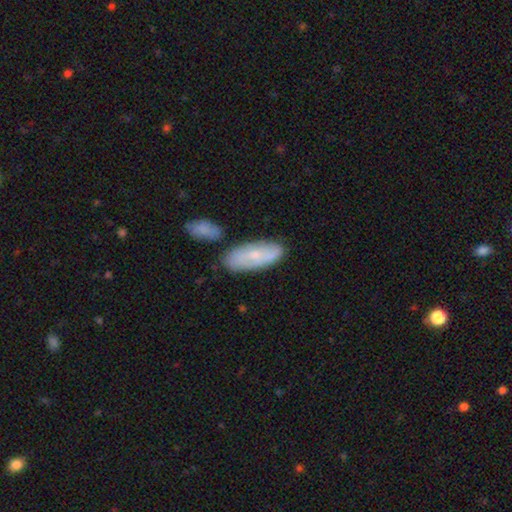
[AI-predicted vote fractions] Q: Smooth or featured?
A: smooth (56%); runner-up: featured or disk (37%)
Q: How rounded?
A: in between (78%); runner-up: cigar-shaped (19%)
Q: Merging?
A: none (72%); runner-up: minor disturbance (14%)